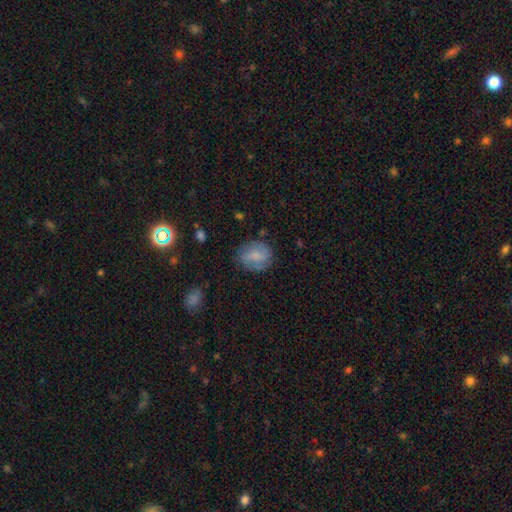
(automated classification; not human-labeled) Smooth or featured? smooth (62%)
How rounded? round (64%)
Merging? none (72%)